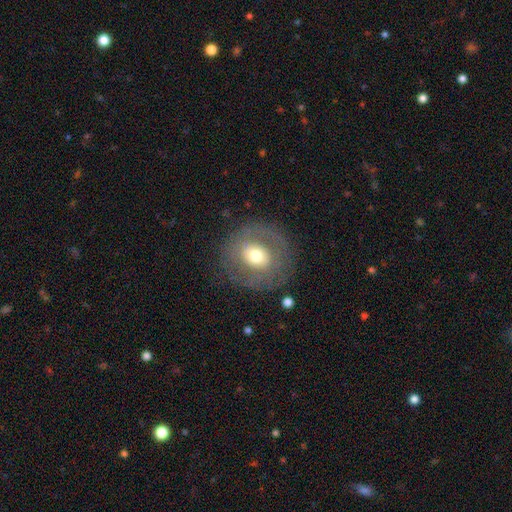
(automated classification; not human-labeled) Smooth or featured? Predicted: smooth (p=0.49). Merging? Predicted: none (p=0.78).